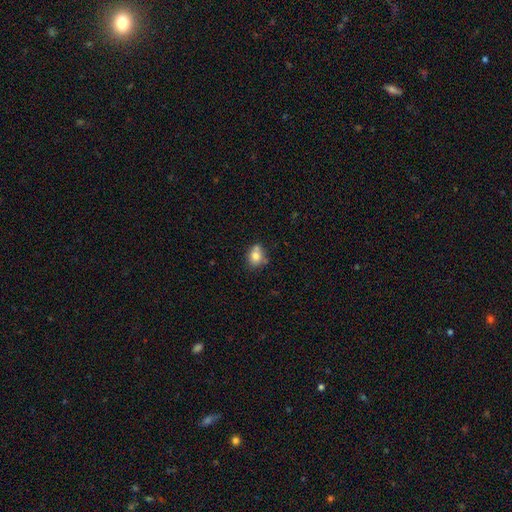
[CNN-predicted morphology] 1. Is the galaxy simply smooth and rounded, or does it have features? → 76% smooth, 14% featured or disk, 10% star or artifact.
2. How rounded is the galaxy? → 54% round, 45% in between, 1% cigar-shaped.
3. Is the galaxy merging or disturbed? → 59% none, 20% minor disturbance, 17% merger, 5% major disturbance.